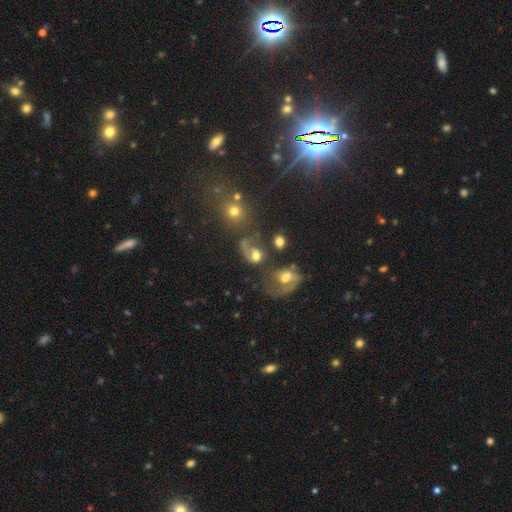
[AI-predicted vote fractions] smooth-or-featured: smooth: 49% | featured or disk: 36% | star or artifact: 15%
  merging: merger: 35% | major disturbance: 30% | none: 22% | minor disturbance: 14%